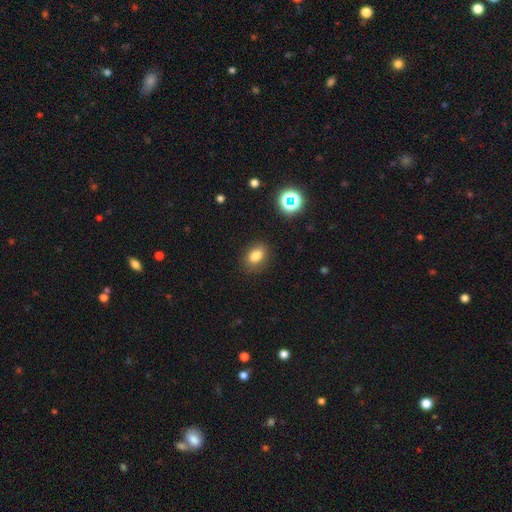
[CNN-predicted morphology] This appears to be a smooth galaxy with no disk features (80%) that is in between round and cigar-shaped (74%). Merging: none (85%).